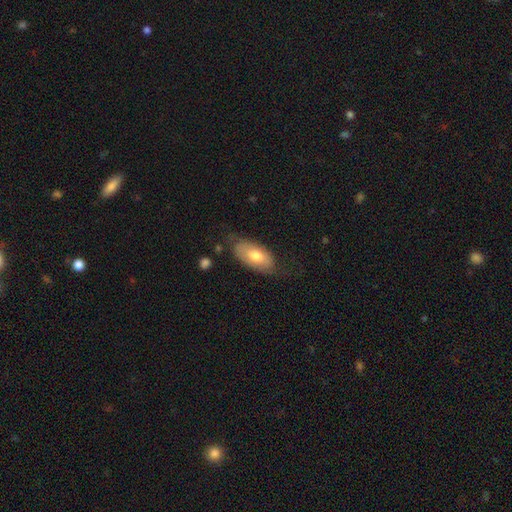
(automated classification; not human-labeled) Smooth or featured: smooth — 68% (featured or disk — 25%)
How rounded: in between — 92% (cigar-shaped — 6%)
Merging: none — 65% (minor disturbance — 24%)